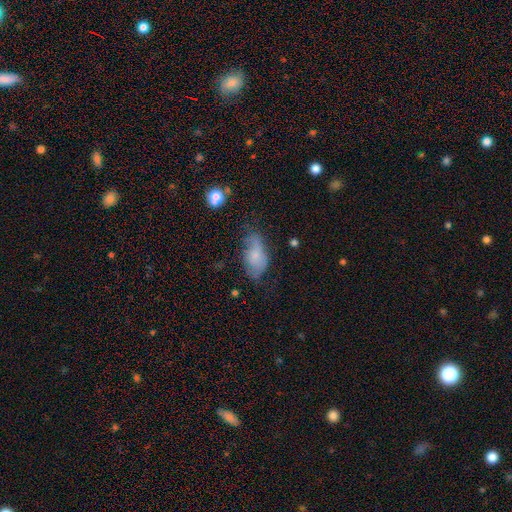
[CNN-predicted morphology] type=smooth (59%); roundness=in between (91%); merging=none (43%).